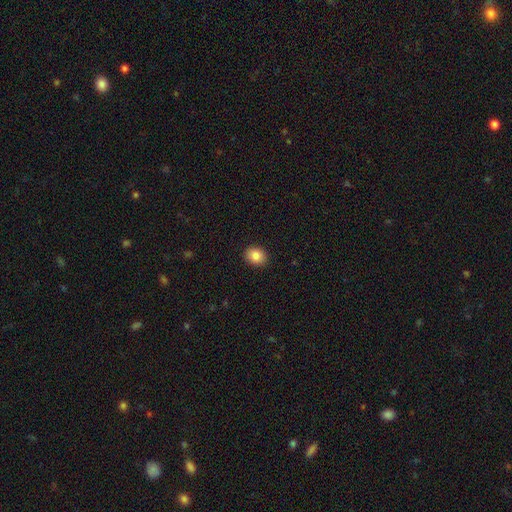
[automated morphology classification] Smooth or featured?
  - smooth: 85% *
  - star or artifact: 9%
  - featured or disk: 6%
How rounded?
  - in between: 53% *
  - round: 47%
  - cigar-shaped: 1%
Merging?
  - none: 90% *
  - minor disturbance: 7%
  - major disturbance: 2%
  - merger: 1%